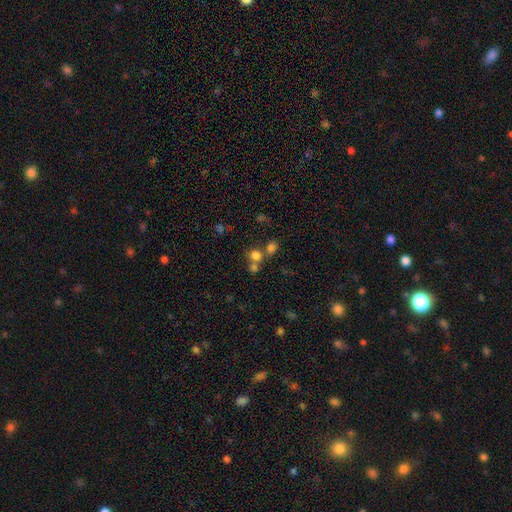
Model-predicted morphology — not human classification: smooth 74%, star or artifact 17%, featured or disk 9%. Down the decision tree: how rounded — round (77%); merging — none (48%).